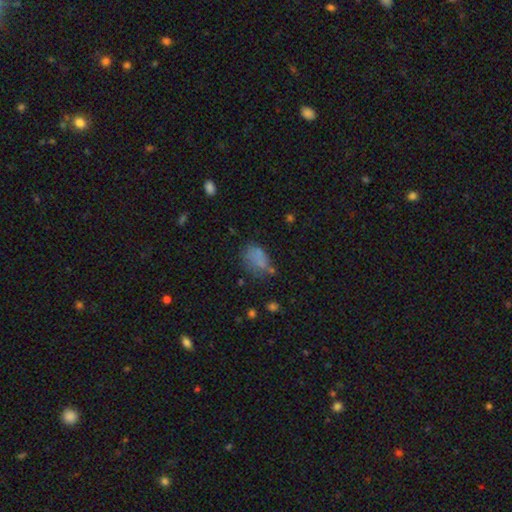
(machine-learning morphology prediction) Smooth or featured?
  - smooth: 69% *
  - featured or disk: 17%
  - star or artifact: 15%
How rounded?
  - in between: 82% *
  - round: 16%
  - cigar-shaped: 2%
Merging?
  - none: 40% *
  - minor disturbance: 29%
  - major disturbance: 22%
  - merger: 9%